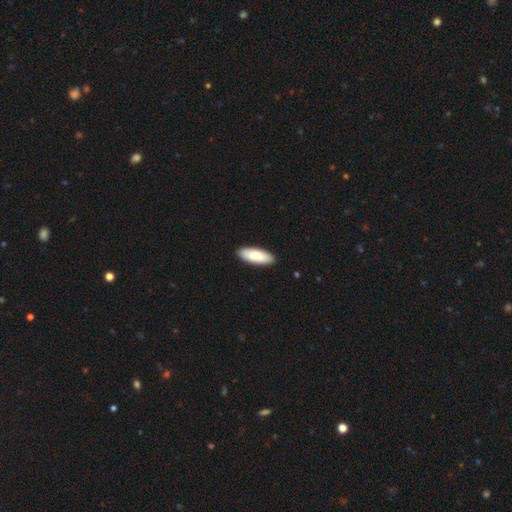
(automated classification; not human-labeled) Overall: smooth (85%). How rounded: in between (69%; cigar-shaped 29%). Merging: none (91%).